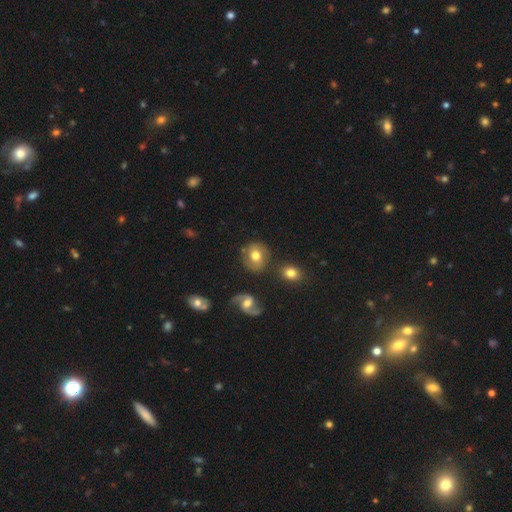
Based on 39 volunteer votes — smooth-or-featured: smooth: 62% | featured or disk: 31% | star or artifact: 8%
  how-rounded: round: 88% | in between: 12% | cigar-shaped: 0%
  merging: none: 67% | merger: 14% | minor disturbance: 11% | major disturbance: 8%